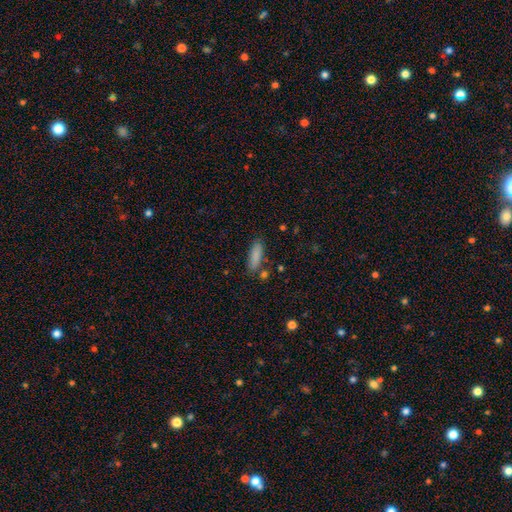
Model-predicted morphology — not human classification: smooth 85%, star or artifact 7%, featured or disk 7%. Down the decision tree: how rounded — in between (56%); merging — none (76%).